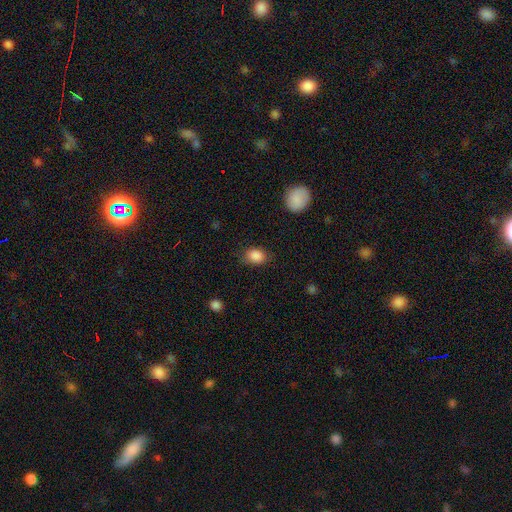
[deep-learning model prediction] Smooth or featured? Predicted: smooth (p=0.88). How rounded? Predicted: in between (p=0.66). Merging? Predicted: none (p=0.77).